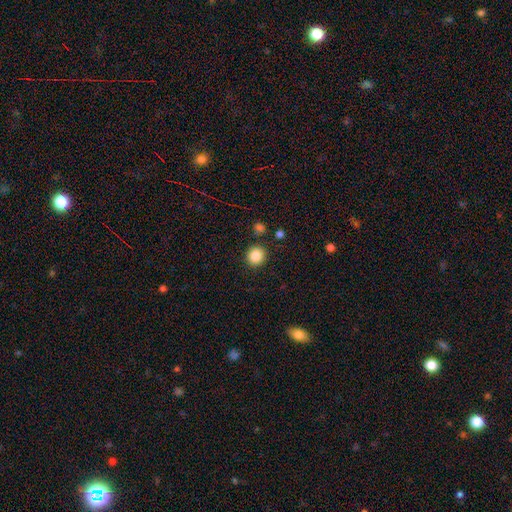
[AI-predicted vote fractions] This appears to be a smooth galaxy with no disk features (86%) that is round (89%). Merging: none (87%).